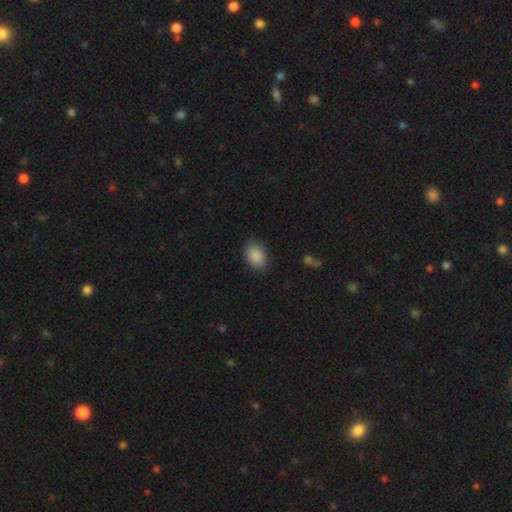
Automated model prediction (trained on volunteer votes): The model was most divided on "how rounded": in between: 82%, round: 17%, cigar-shaped: 1%. More confident: smooth or featured — smooth (88%); merging — none (86%).